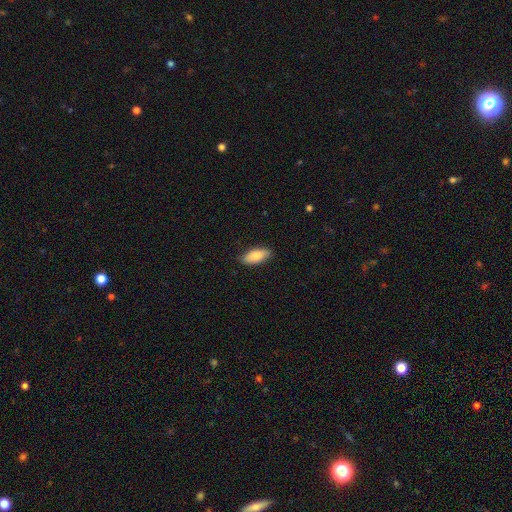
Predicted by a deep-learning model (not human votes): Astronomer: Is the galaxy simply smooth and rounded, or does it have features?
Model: smooth — 83%.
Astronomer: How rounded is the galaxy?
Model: in between — 85%.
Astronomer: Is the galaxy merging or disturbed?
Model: none — 86%.